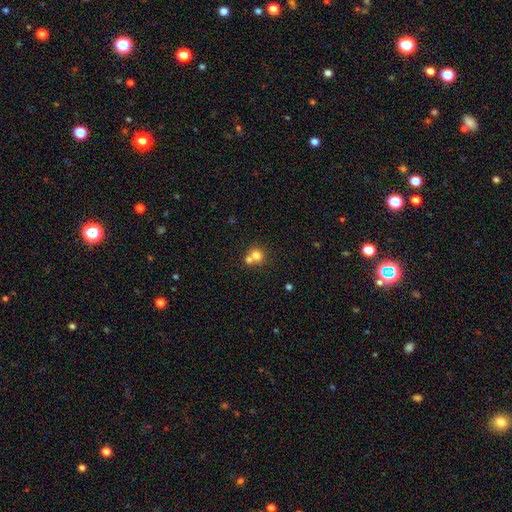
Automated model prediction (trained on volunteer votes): Q: Smooth or featured?
A: smooth (76%); runner-up: featured or disk (12%)
Q: How rounded?
A: round (84%); runner-up: in between (15%)
Q: Merging?
A: merger (51%); runner-up: none (41%)